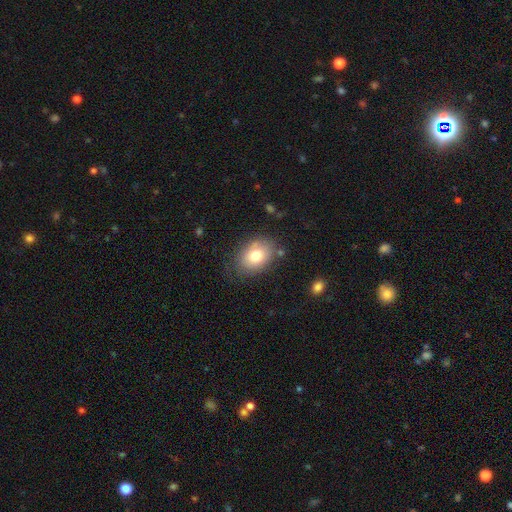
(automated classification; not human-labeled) This is likely a smooth galaxy (77%). How rounded: likely in between (75%). Merging: likely none (74%).